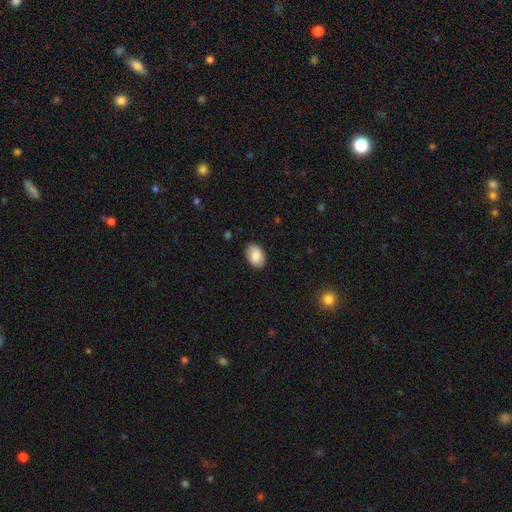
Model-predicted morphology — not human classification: type=smooth (86%); roundness=in between (88%); merging=none (86%).